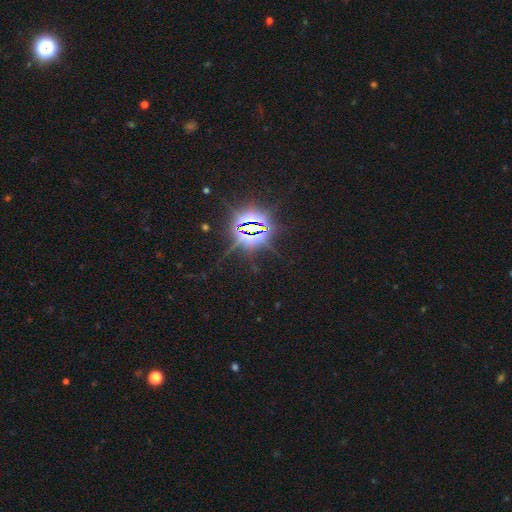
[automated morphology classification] Smooth or featured? star or artifact (85%)